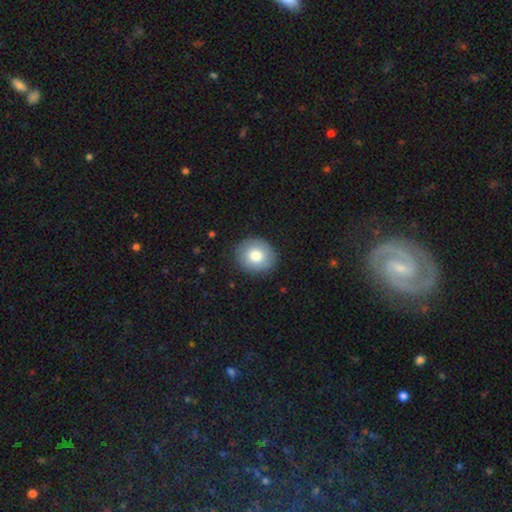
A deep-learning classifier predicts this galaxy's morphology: Smooth or featured? smooth (79%)
How rounded? round (80%)
Merging? none (88%)